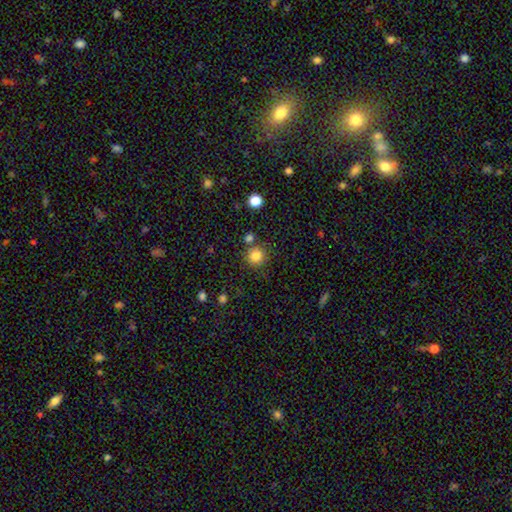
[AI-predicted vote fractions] Q: Smooth or featured?
A: smooth (83%); runner-up: star or artifact (11%)
Q: How rounded?
A: round (93%); runner-up: in between (6%)
Q: Merging?
A: none (78%); runner-up: merger (10%)